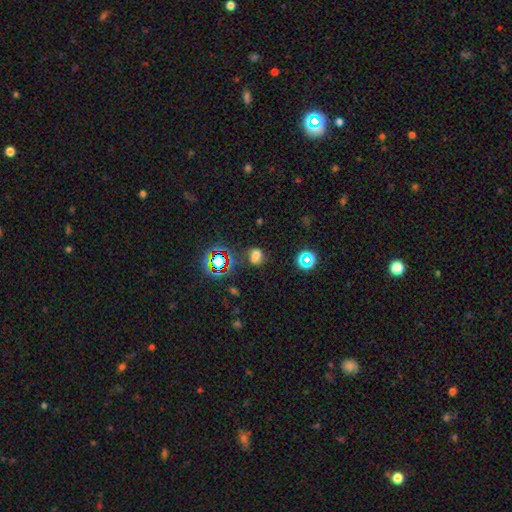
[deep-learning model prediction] Smooth or featured?
  - smooth: 60% *
  - star or artifact: 29%
  - featured or disk: 11%
How rounded?
  - in between: 52% *
  - round: 46%
  - cigar-shaped: 2%
Merging?
  - none: 59% *
  - minor disturbance: 20%
  - major disturbance: 11%
  - merger: 10%